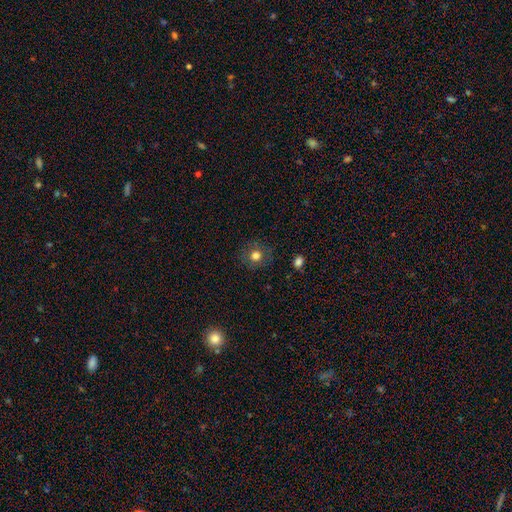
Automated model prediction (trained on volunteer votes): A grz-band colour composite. It shows a smooth galaxy with no disk features (76%) that is round (87%). Merging: none (86%).